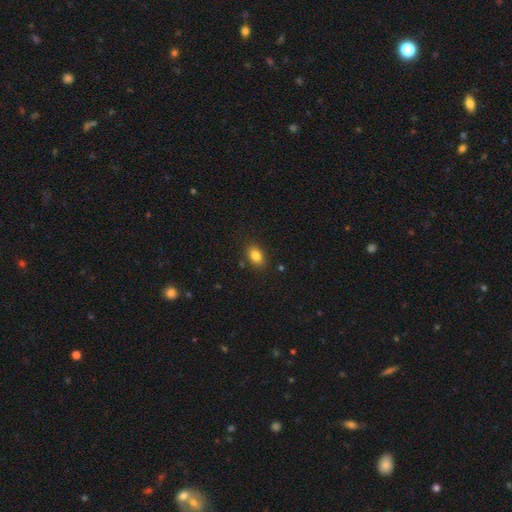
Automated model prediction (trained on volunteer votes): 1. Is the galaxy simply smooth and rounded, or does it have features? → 84% smooth, 9% star or artifact, 7% featured or disk.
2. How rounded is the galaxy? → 82% in between, 16% round, 2% cigar-shaped.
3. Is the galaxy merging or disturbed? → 85% none, 10% minor disturbance, 3% major disturbance, 2% merger.